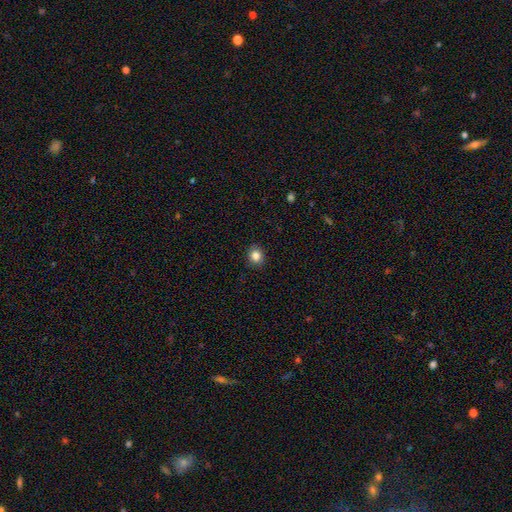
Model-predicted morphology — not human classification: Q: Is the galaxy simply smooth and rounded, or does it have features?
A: smooth — 84%.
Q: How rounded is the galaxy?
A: round — 74%.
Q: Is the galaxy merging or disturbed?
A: none — 91%.